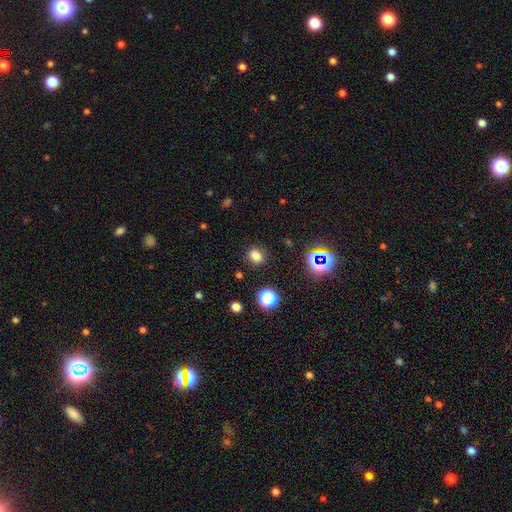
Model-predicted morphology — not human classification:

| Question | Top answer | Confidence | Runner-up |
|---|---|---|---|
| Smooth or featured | smooth | 77% | star or artifact (18%) |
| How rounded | in between | 50% | round (48%) |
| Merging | none | 86% | minor disturbance (9%) |